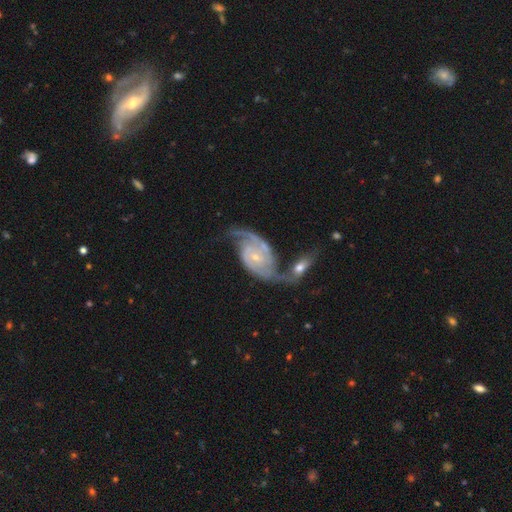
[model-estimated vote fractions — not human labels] Q: Smooth or featured?
A: featured or disk (91%); runner-up: smooth (5%)
Q: Edge-on disk?
A: no (97%); runner-up: yes (3%)
Q: Bar?
A: no (58%); runner-up: weak (32%)
Q: Spiral arms?
A: yes (98%); runner-up: no (2%)
Q: Spiral winding?
A: medium (49%); runner-up: tight (30%)
Q: Spiral arm count?
A: 2 (86%); runner-up: can't tell (4%)
Q: Bulge size?
A: small (72%); runner-up: moderate (23%)
Q: Merging?
A: merger (42%); runner-up: none (34%)